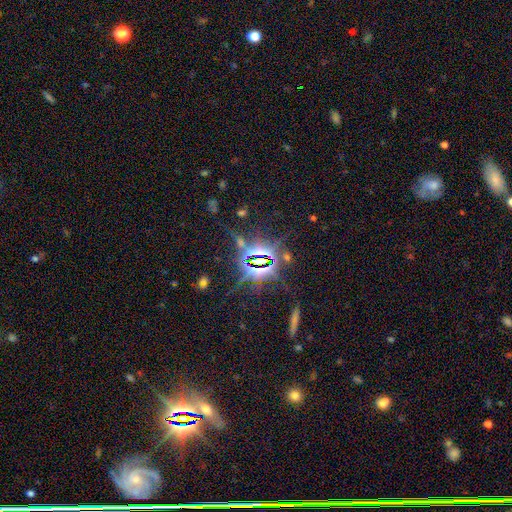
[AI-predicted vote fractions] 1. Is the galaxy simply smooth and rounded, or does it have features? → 85% star or artifact, 8% smooth, 7% featured or disk.